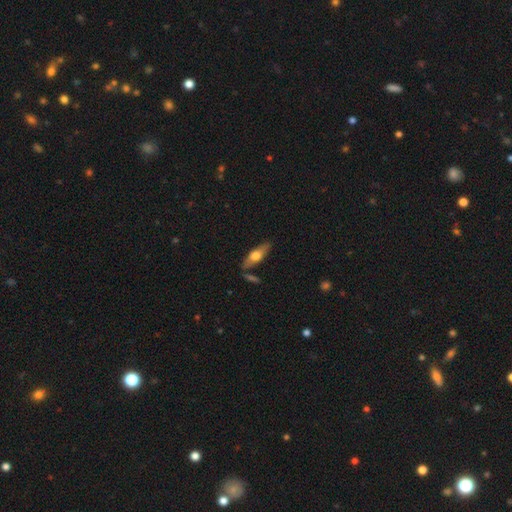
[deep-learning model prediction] Smooth or featured? smooth (48%)
Merging? none (78%)